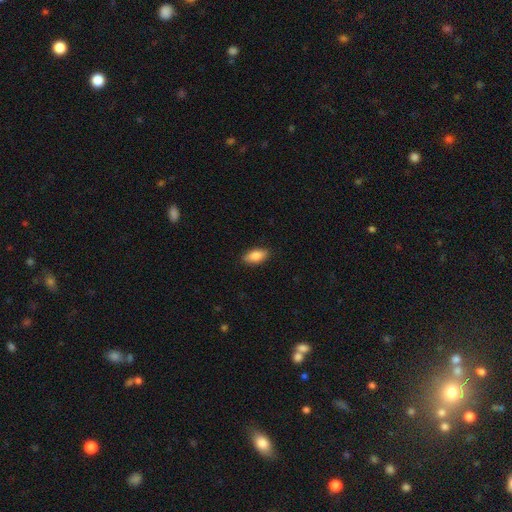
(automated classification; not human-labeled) Smooth or featured? smooth (85%)
How rounded? in between (89%)
Merging? none (88%)